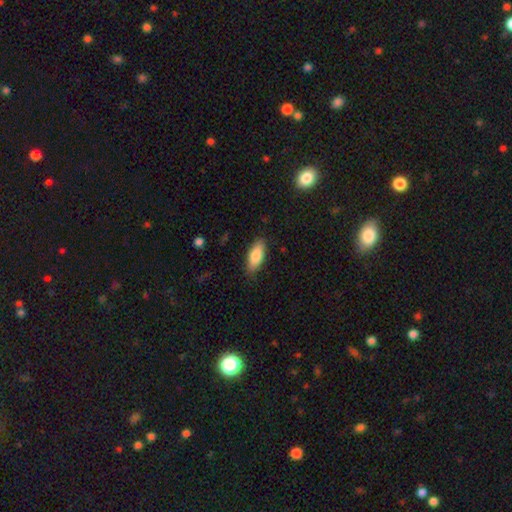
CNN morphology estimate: A smooth galaxy with no disk features (83%) that is in between round and cigar-shaped (81%).

Vote fractions:
- Smooth or featured? smooth: 83% / featured or disk: 11% / star or artifact: 6%
- How rounded? in between: 81% / cigar-shaped: 16% / round: 2%
- Merging? none: 85% / minor disturbance: 12% / major disturbance: 2% / merger: 1%